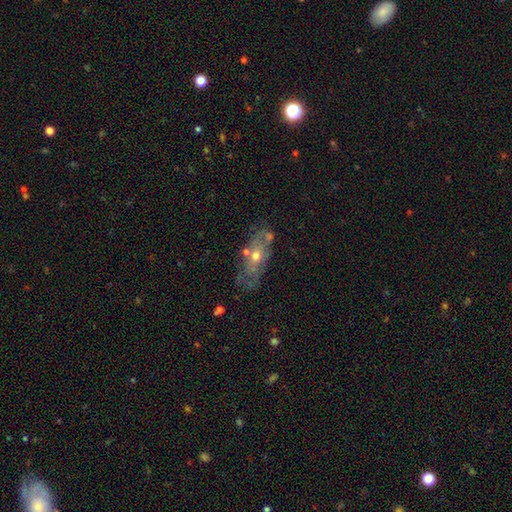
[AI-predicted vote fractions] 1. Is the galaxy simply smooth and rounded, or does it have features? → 64% featured or disk, 26% smooth, 9% star or artifact.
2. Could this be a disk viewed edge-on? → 81% no, 19% yes.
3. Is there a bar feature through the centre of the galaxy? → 83% no, 14% weak, 3% strong.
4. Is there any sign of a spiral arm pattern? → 55% no, 45% yes.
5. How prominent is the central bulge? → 60% moderate, 34% small, 3% large, 2% none, 1% dominant.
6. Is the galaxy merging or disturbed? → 58% none, 23% minor disturbance, 10% major disturbance, 9% merger.